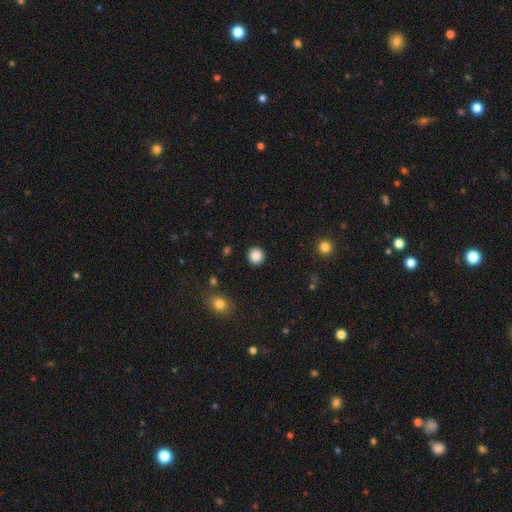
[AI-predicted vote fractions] This is clearly a smooth galaxy (87%). How rounded: clearly round (93%). Merging: clearly none (92%).